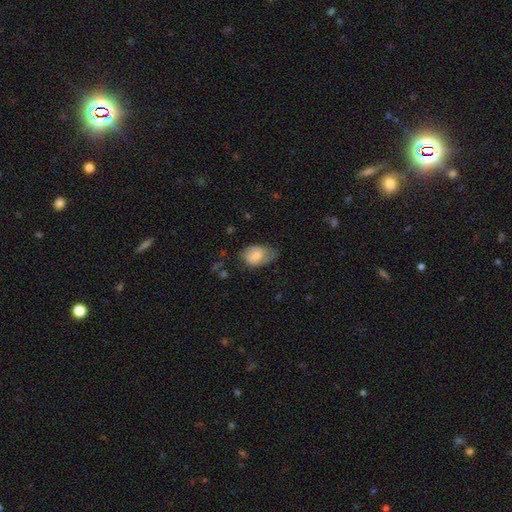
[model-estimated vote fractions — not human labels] Smooth or featured? Predicted: smooth (p=0.75). How rounded? Predicted: in between (p=0.84). Merging? Predicted: none (p=0.44).